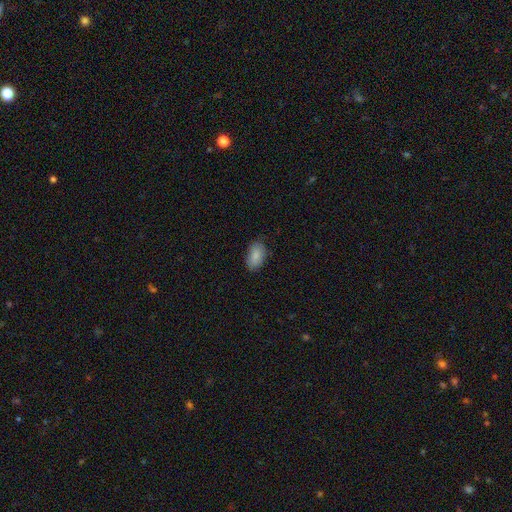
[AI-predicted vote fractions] This appears to be a smooth galaxy with no disk features (87%) that is in between round and cigar-shaped (94%). Merging: none (81%).